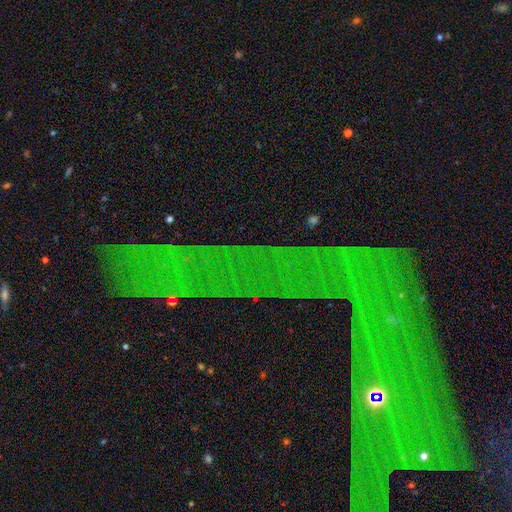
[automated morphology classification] Smooth or featured: star or artifact — 73% (featured or disk — 15%)